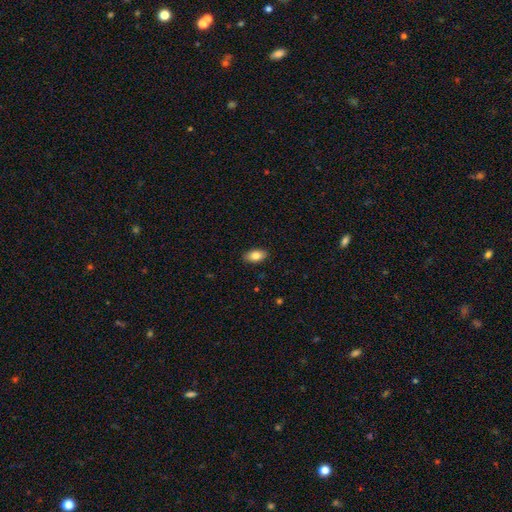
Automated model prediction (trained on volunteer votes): Overall: smooth (84%). How rounded: in between (92%). Merging: none (90%).